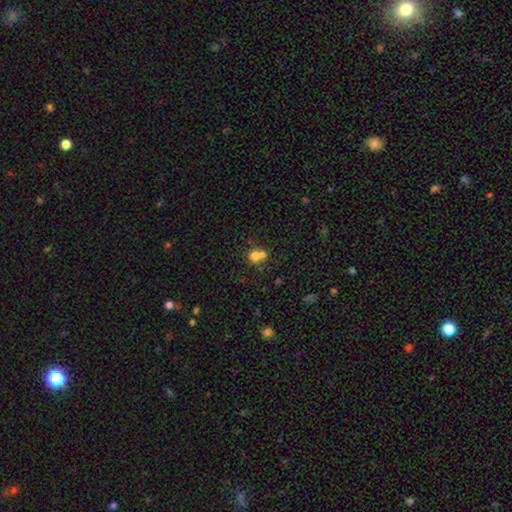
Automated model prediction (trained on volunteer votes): Smooth or featured? smooth (71%)
How rounded? round (82%)
Merging? merger (56%)